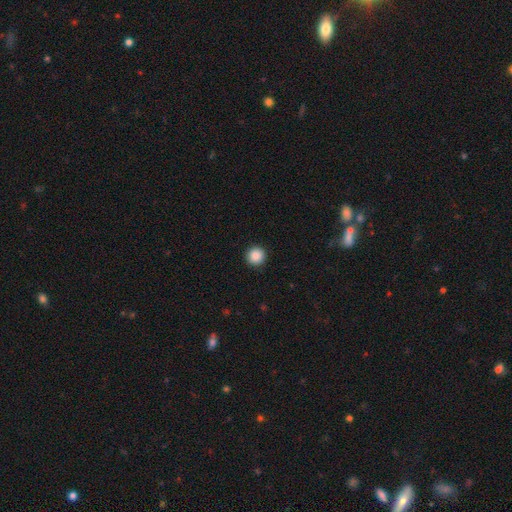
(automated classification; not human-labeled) Q: Smooth or featured?
A: smooth (89%); runner-up: star or artifact (9%)
Q: How rounded?
A: round (96%); runner-up: in between (3%)
Q: Merging?
A: none (93%); runner-up: minor disturbance (4%)